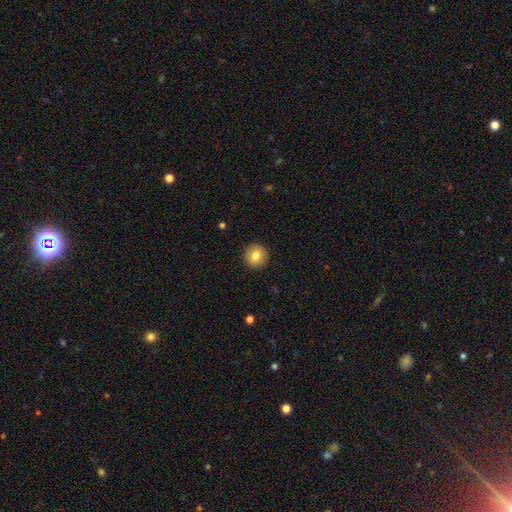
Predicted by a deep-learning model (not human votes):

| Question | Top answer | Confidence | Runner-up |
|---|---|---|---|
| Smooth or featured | smooth | 83% | star or artifact (9%) |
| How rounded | round | 91% | in between (8%) |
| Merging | none | 92% | minor disturbance (5%) |